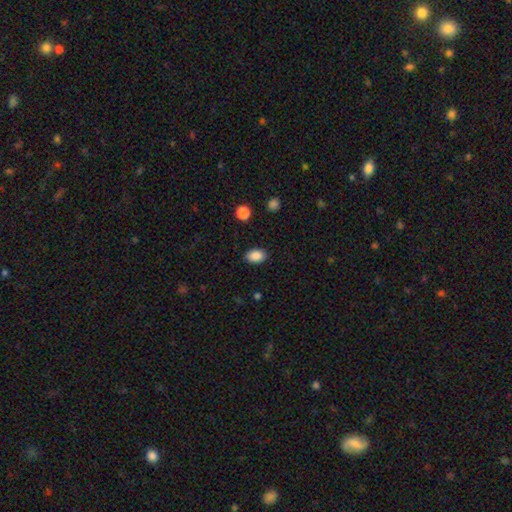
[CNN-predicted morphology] The model was most divided on "how rounded": in between: 83%, round: 16%, cigar-shaped: 1%. More confident: smooth or featured — smooth (88%); merging — none (87%).